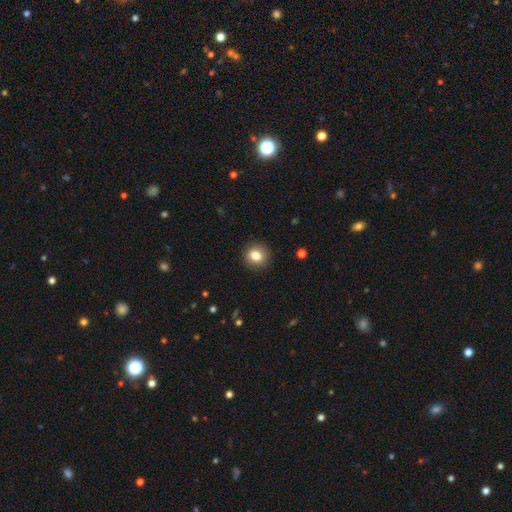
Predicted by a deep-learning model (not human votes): This is clearly a smooth galaxy (82%). How rounded: clearly round (86%). Merging: clearly none (91%).